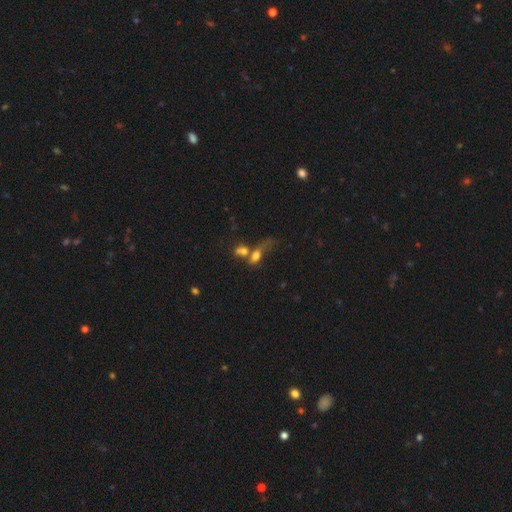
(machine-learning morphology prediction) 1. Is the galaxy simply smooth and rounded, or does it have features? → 65% smooth, 21% featured or disk, 13% star or artifact.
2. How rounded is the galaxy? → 70% in between, 20% round, 10% cigar-shaped.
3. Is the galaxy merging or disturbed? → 53% merger, 19% major disturbance, 17% none, 10% minor disturbance.